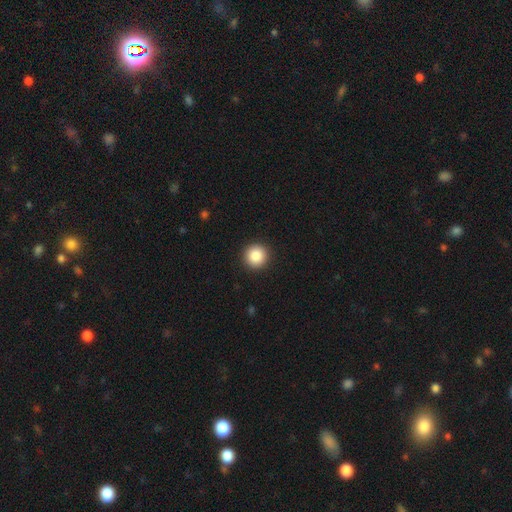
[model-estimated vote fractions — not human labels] smooth-or-featured: smooth: 87% | star or artifact: 9% | featured or disk: 4%
  how-rounded: round: 95% | in between: 4% | cigar-shaped: 1%
  merging: none: 93% | minor disturbance: 5% | major disturbance: 2% | merger: 1%